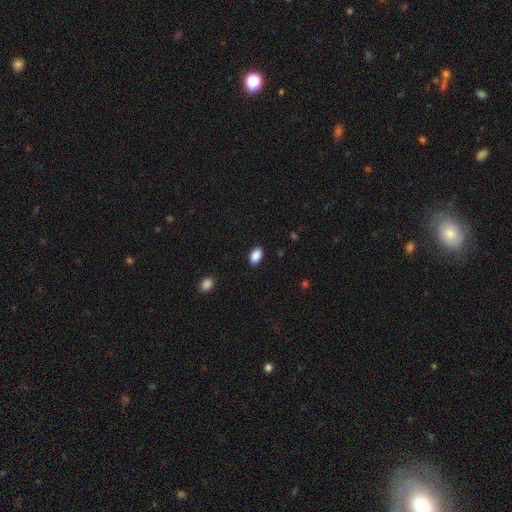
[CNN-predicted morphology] Smooth or featured? smooth (89%)
How rounded? in between (91%)
Merging? none (88%)